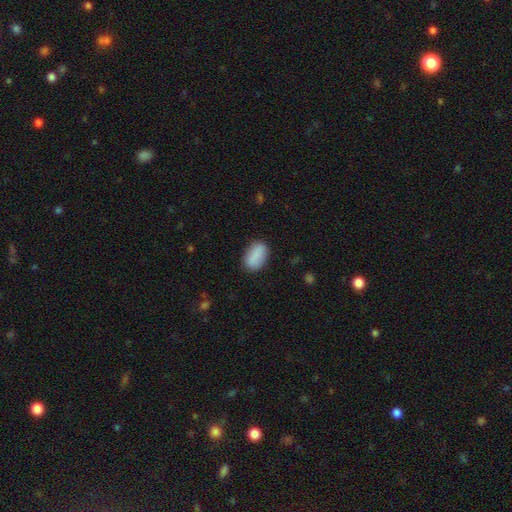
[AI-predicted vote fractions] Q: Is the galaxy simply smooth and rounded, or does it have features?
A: smooth — 86%.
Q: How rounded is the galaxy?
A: in between — 89%.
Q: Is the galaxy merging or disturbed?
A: none — 83%.